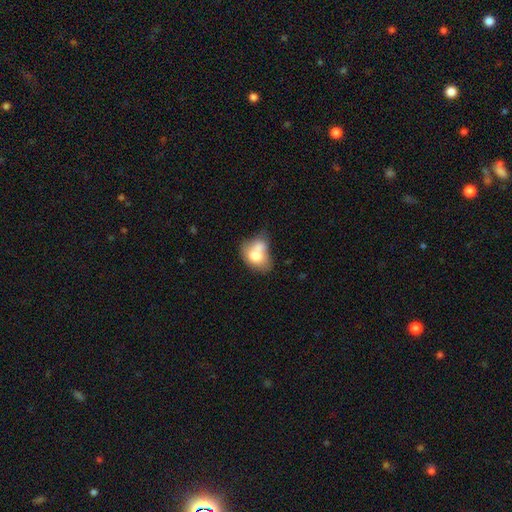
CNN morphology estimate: type=smooth (70%); roundness=in between (67%); merging=merger (51%).